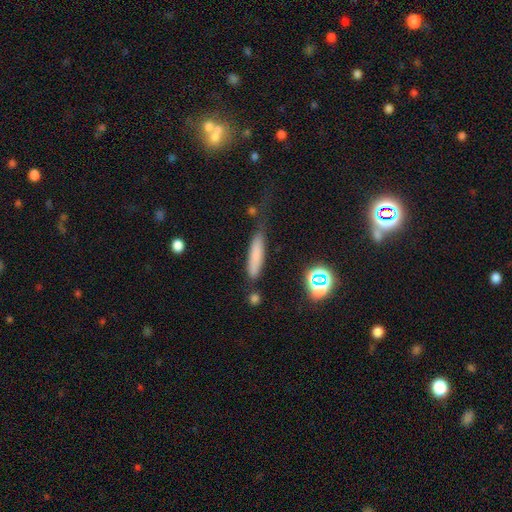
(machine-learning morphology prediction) Overall: smooth (75%). How rounded: cigar-shaped (83%). Merging: none (59%; minor disturbance 24%).